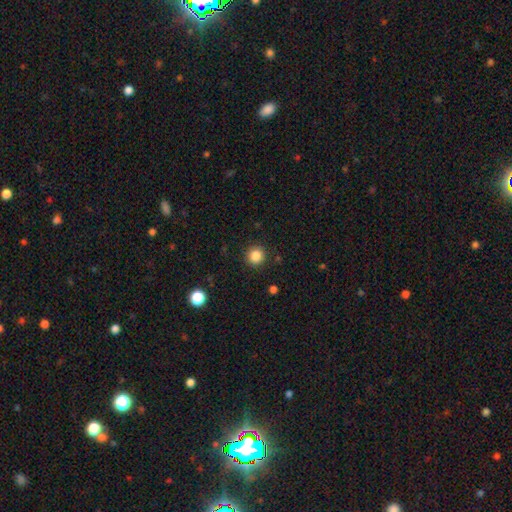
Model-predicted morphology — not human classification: This appears to be a smooth galaxy with no disk features (85%) that is round (93%). Merging: none (91%).